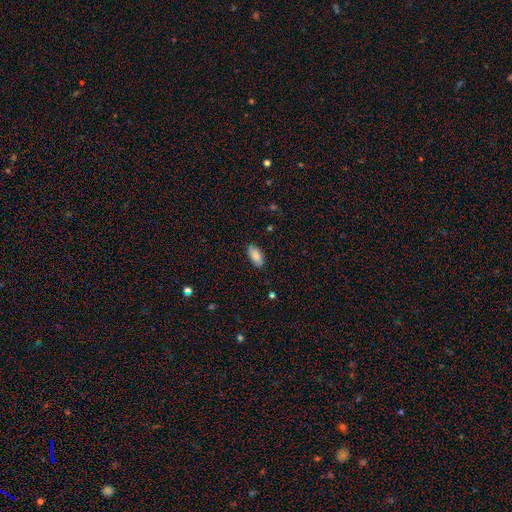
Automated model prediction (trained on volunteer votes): smooth_or_featured: smooth (p=0.86) [alt: featured or disk p=0.08]
how_rounded: in between (p=0.90) [alt: cigar-shaped p=0.08]
merging: none (p=0.86) [alt: minor disturbance p=0.10]